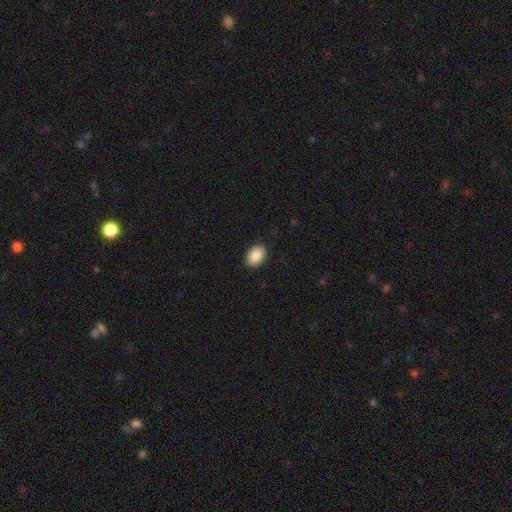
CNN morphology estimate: Overall: smooth (87%). How rounded: in between (78%). Merging: none (89%).